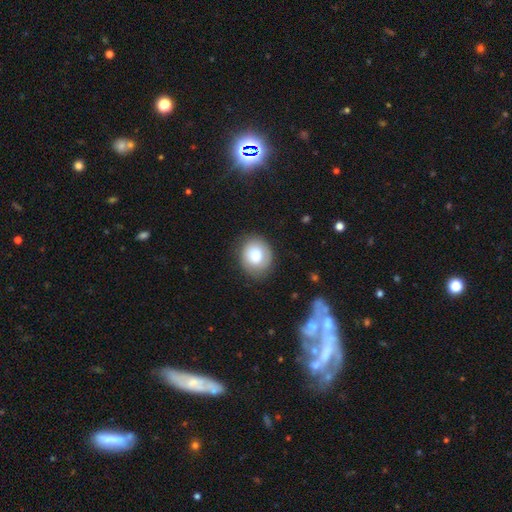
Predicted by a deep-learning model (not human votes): The model was most divided on "how rounded": round: 65%, in between: 34%, cigar-shaped: 1%. More confident: merging — none (81%); smooth or featured — smooth (71%).